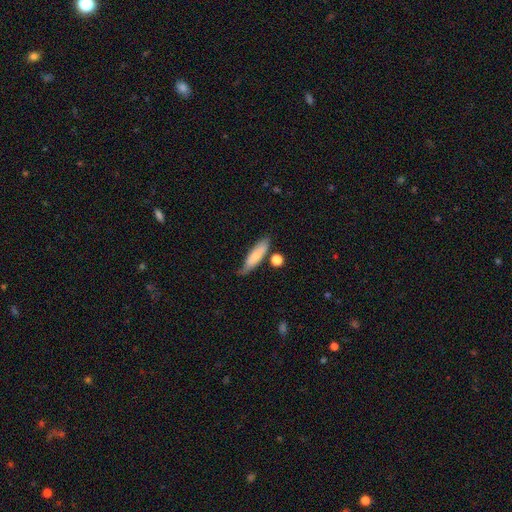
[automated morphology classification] Smooth or featured? Predicted: smooth (p=0.74). How rounded? Predicted: cigar-shaped (p=0.62). Merging? Predicted: none (p=0.60).